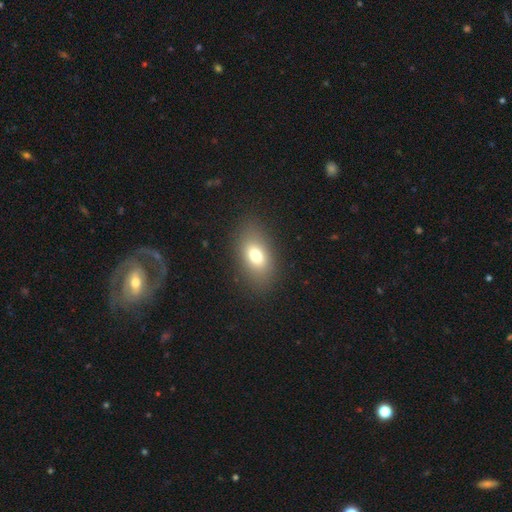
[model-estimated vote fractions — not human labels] This is likely a smooth galaxy (74%). How rounded: clearly in between (85%). Merging: clearly none (85%).